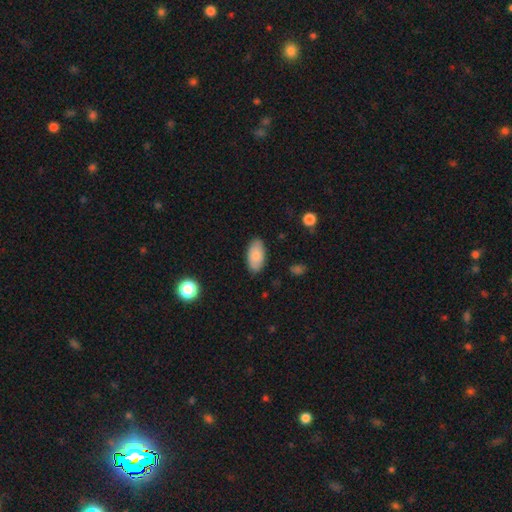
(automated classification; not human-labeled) smooth-or-featured: smooth: 84% | featured or disk: 10% | star or artifact: 6%
  how-rounded: in between: 94% | cigar-shaped: 3% | round: 3%
  merging: none: 85% | minor disturbance: 11% | major disturbance: 2% | merger: 1%